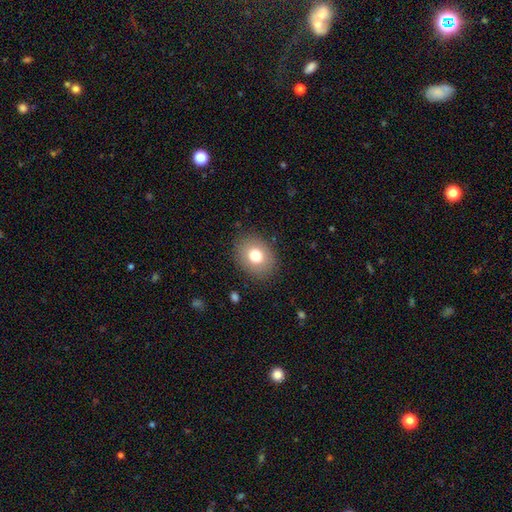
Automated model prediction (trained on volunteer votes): A smooth galaxy with no disk features (75%) that is in between round and cigar-shaped (52%).

Vote fractions:
- Smooth or featured? smooth: 75% / featured or disk: 15% / star or artifact: 10%
- How rounded? in between: 52% / round: 47% / cigar-shaped: 1%
- Merging? none: 86% / minor disturbance: 10% / major disturbance: 3% / merger: 1%